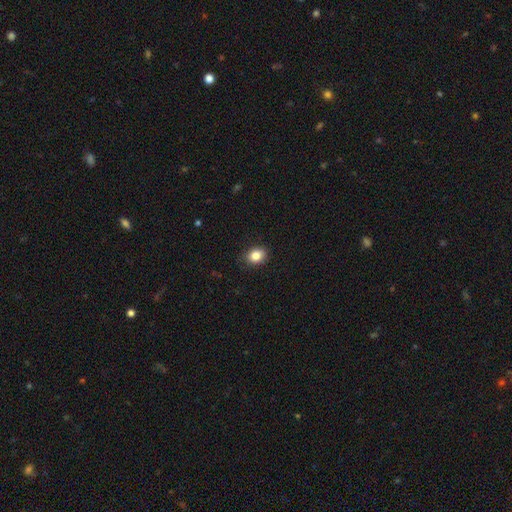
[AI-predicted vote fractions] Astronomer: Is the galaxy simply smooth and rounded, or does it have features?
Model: smooth — 85%.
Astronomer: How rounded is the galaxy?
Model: in between — 59% (runner-up: round, 40%).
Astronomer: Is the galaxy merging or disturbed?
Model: none — 86%.